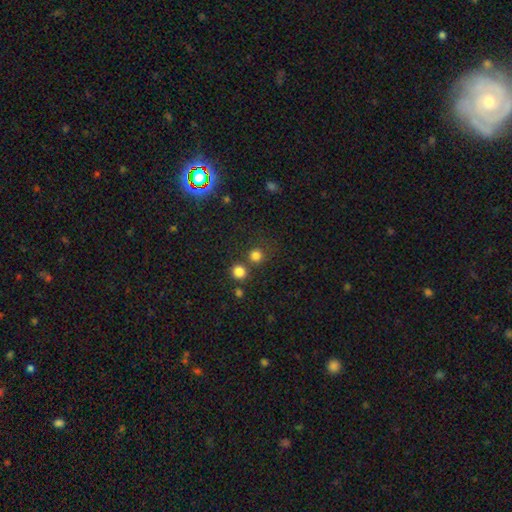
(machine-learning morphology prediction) A smooth galaxy with no disk features (79%) that is round (92%).

Vote fractions:
- Smooth or featured? smooth: 79% / star or artifact: 16% / featured or disk: 5%
- How rounded? round: 92% / in between: 7% / cigar-shaped: 1%
- Merging? none: 69% / merger: 20% / minor disturbance: 7% / major disturbance: 4%